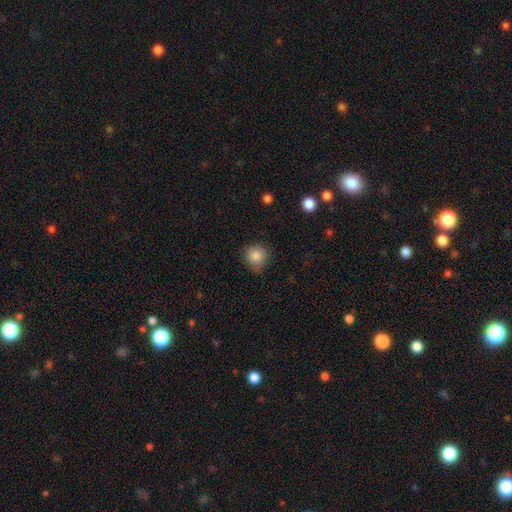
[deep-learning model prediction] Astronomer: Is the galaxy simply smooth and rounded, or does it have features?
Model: smooth — 85%.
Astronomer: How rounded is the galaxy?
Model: round — 91%.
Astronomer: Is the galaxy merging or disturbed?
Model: none — 76%.